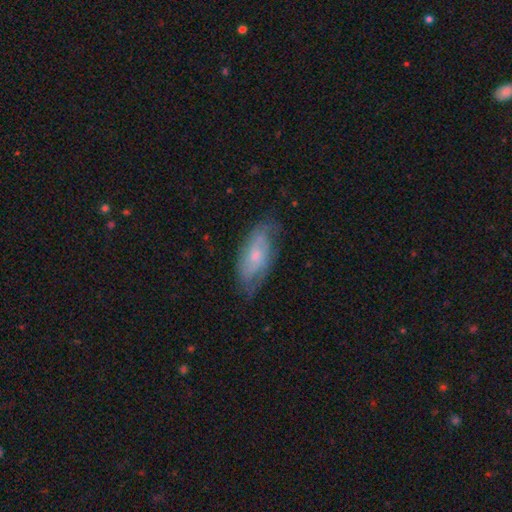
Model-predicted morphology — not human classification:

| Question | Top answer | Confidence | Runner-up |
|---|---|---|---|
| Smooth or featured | featured or disk | 58% | smooth (36%) |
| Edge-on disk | no | 87% | yes (13%) |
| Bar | no | 71% | weak (25%) |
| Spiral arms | yes | 75% | no (25%) |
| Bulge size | small | 54% | moderate (39%) |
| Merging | none | 63% | minor disturbance (26%) |